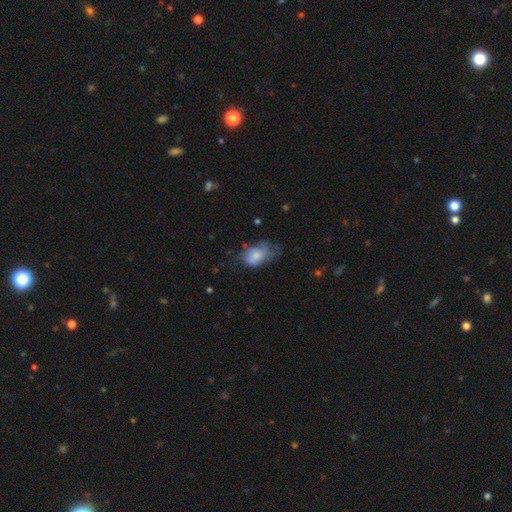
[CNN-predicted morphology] Overall: smooth (65%; featured or disk 27%). How rounded: in between (87%). Merging: none (37%; minor disturbance 35%).